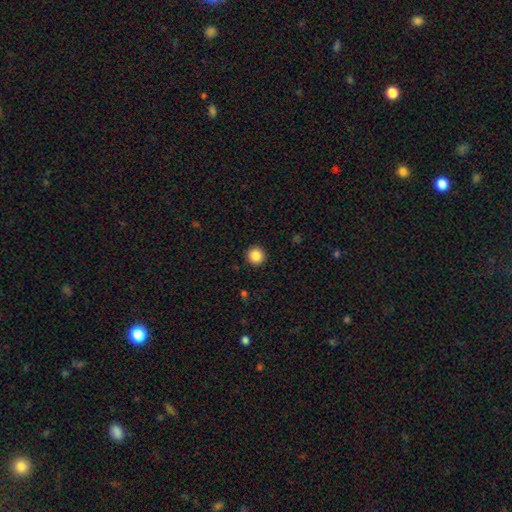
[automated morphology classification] Overall: smooth (87%). How rounded: round (95%). Merging: none (93%).